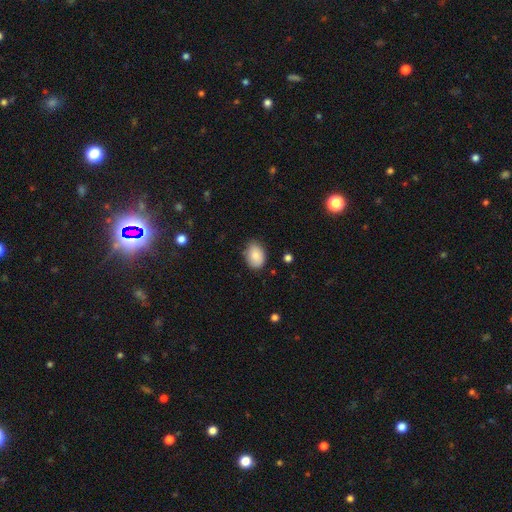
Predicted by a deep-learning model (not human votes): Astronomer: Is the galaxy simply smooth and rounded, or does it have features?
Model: smooth — 85%.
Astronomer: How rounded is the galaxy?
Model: in between — 75%.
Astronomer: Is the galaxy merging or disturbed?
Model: none — 75%.